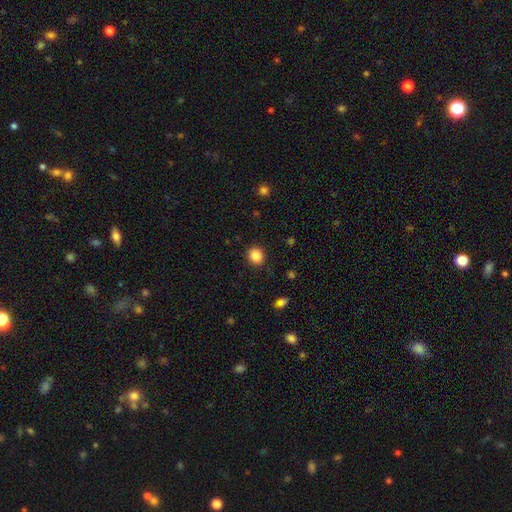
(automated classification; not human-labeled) A smooth galaxy with no disk features (86%) that is round (77%).

Vote fractions:
- Smooth or featured? smooth: 86% / star or artifact: 10% / featured or disk: 4%
- How rounded? round: 77% / in between: 23% / cigar-shaped: 1%
- Merging? none: 89% / minor disturbance: 7% / major disturbance: 2% / merger: 1%